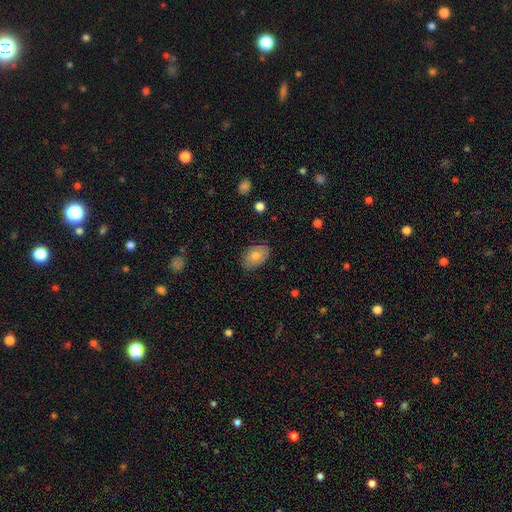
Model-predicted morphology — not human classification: smooth_or_featured: smooth (p=0.78) [alt: featured or disk p=0.15]
how_rounded: in between (p=0.87) [alt: round p=0.12]
merging: none (p=0.81) [alt: minor disturbance p=0.15]